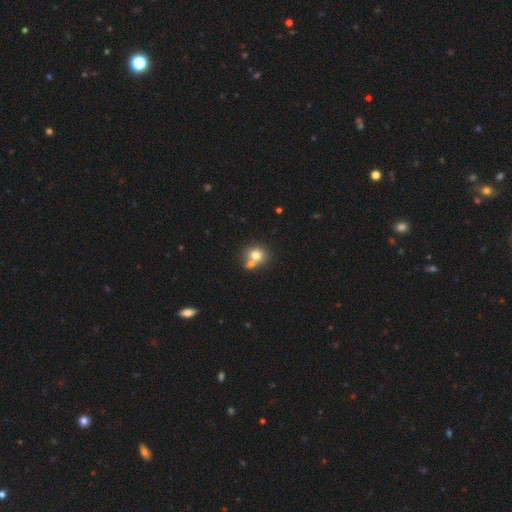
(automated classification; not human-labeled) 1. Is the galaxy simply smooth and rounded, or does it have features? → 75% smooth, 14% featured or disk, 11% star or artifact.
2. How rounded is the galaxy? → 76% round, 23% in between, 1% cigar-shaped.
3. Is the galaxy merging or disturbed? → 44% none, 43% merger, 10% minor disturbance, 4% major disturbance.